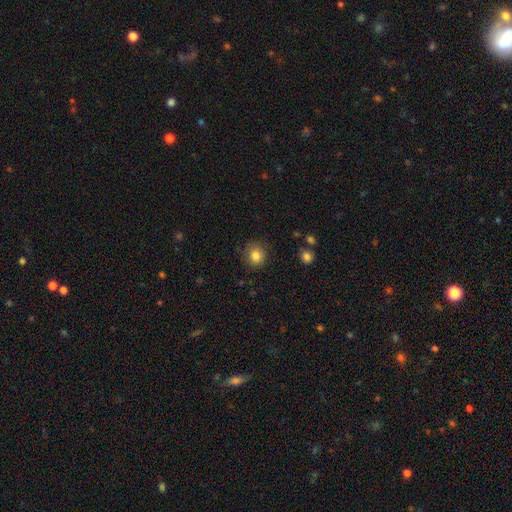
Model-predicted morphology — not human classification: Overall: smooth (83%). How rounded: round (84%). Merging: none (82%).